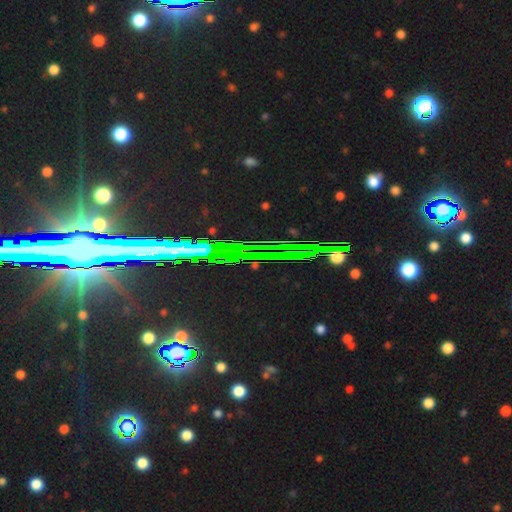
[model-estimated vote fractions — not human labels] smooth-or-featured: star or artifact: 77% | featured or disk: 14% | smooth: 9%